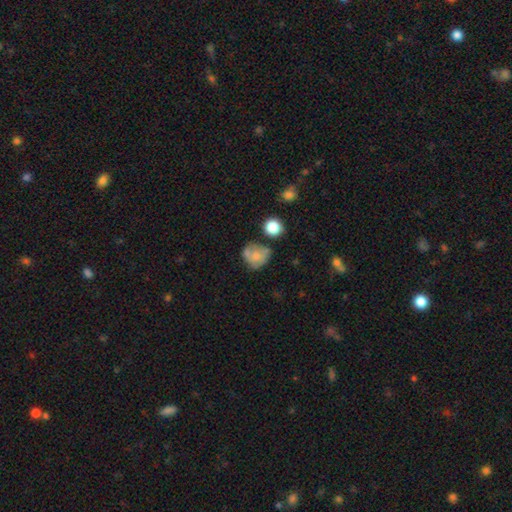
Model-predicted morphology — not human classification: type=smooth (63%); roundness=round (73%); merging=none (45%).